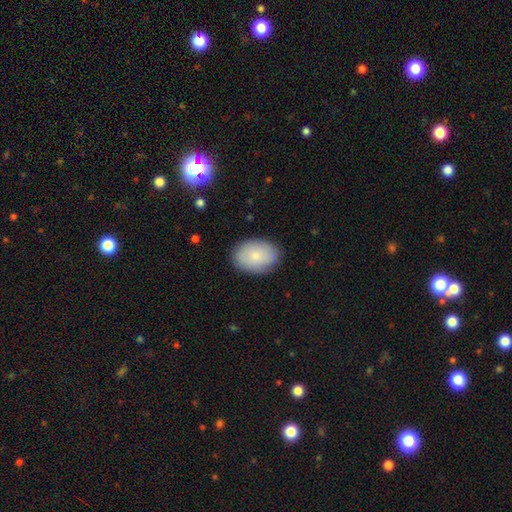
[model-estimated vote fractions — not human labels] Morphology: type=smooth (82%); roundness=in between (79%); merging=none (86%).